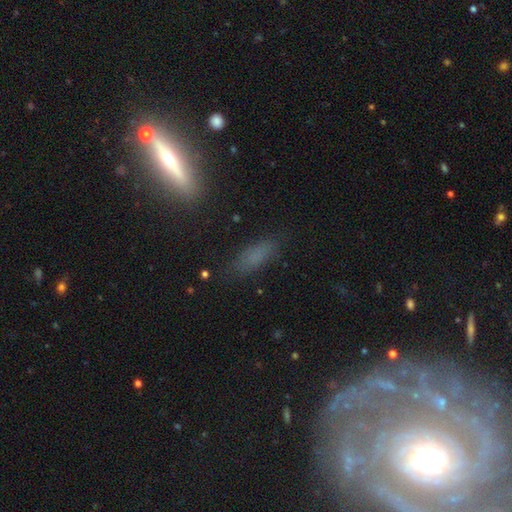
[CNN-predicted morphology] Smooth or featured?
  - smooth: 66% *
  - featured or disk: 18%
  - star or artifact: 16%
How rounded?
  - cigar-shaped: 48% * (tied)
  - in between: 48% * (tied)
  - round: 4%
Merging?
  - none: 77% *
  - minor disturbance: 15%
  - major disturbance: 6%
  - merger: 3%